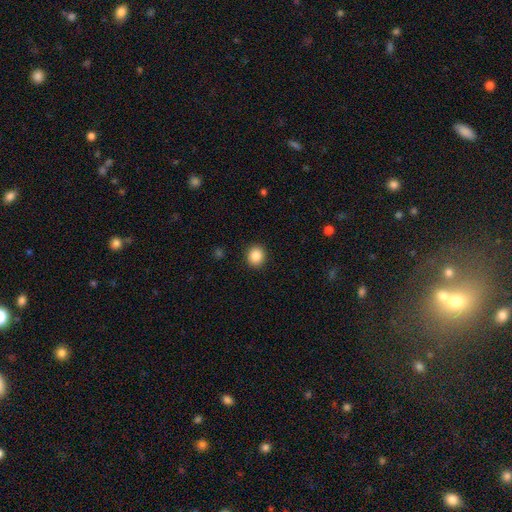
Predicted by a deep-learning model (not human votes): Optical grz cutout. It shows a smooth galaxy with no disk features (86%) that is round (83%). Merging: none (91%).